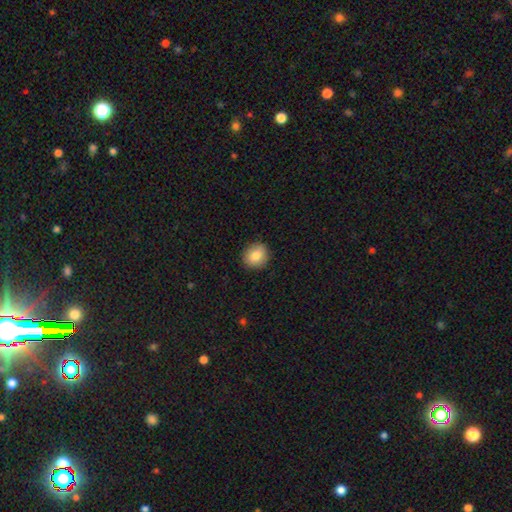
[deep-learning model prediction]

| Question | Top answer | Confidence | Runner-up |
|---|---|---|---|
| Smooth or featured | smooth | 83% | star or artifact (8%) |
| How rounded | round | 83% | in between (16%) |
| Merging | none | 90% | minor disturbance (7%) |